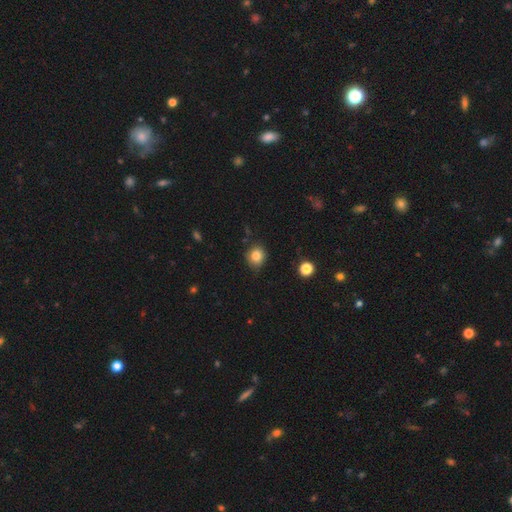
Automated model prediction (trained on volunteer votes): Smooth or featured?
  - smooth: 81% *
  - star or artifact: 11%
  - featured or disk: 7%
How rounded?
  - round: 82% *
  - in between: 17%
  - cigar-shaped: 1%
Merging?
  - none: 84% *
  - minor disturbance: 12%
  - major disturbance: 2%
  - merger: 2%